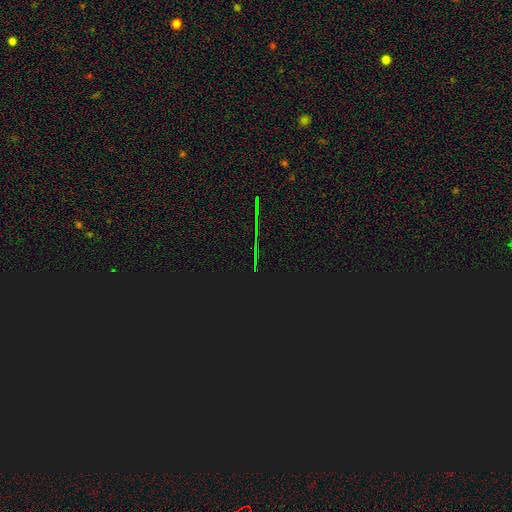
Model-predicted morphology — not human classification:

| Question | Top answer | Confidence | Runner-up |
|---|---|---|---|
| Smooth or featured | star or artifact | 85% | smooth (9%) |